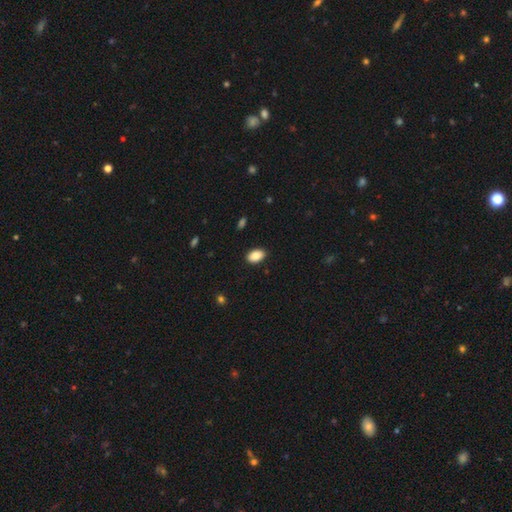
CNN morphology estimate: A smooth galaxy with no disk features (87%) that is in between round and cigar-shaped (91%). Merging: none (88%).